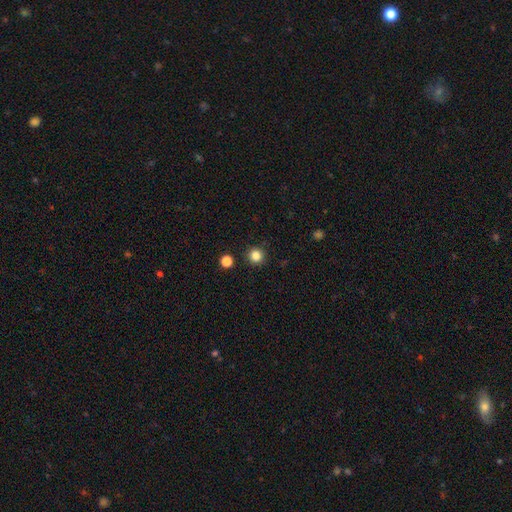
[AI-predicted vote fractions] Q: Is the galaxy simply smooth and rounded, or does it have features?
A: smooth — 83%.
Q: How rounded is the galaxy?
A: round — 95%.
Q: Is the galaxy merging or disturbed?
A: none — 92%.